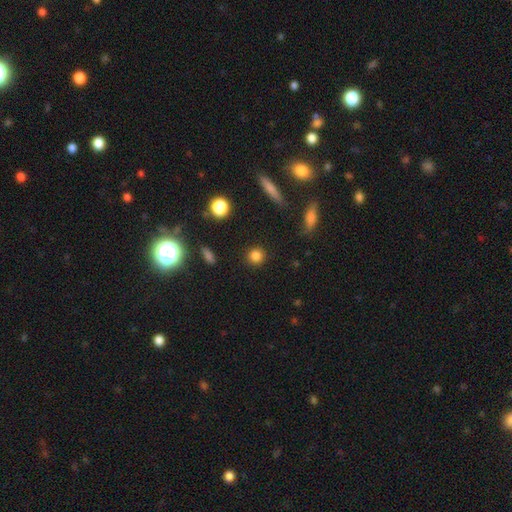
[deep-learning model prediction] smooth_or_featured: smooth (p=0.82) [alt: star or artifact p=0.13]
how_rounded: round (p=0.90) [alt: in between p=0.08]
merging: none (p=0.90) [alt: minor disturbance p=0.06]